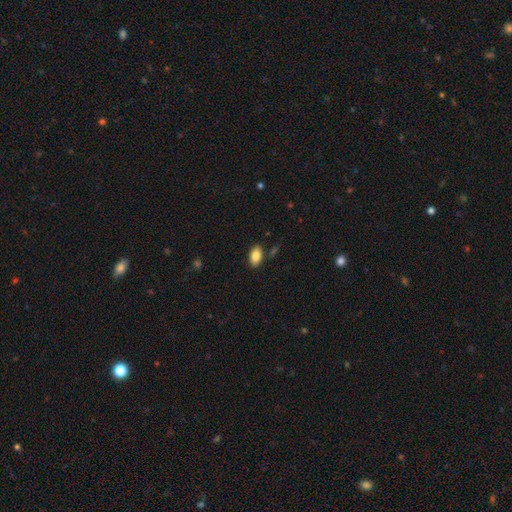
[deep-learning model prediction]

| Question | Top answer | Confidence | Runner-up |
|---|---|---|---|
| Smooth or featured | smooth | 86% | star or artifact (8%) |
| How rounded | in between | 92% | round (6%) |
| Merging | none | 85% | minor disturbance (10%) |